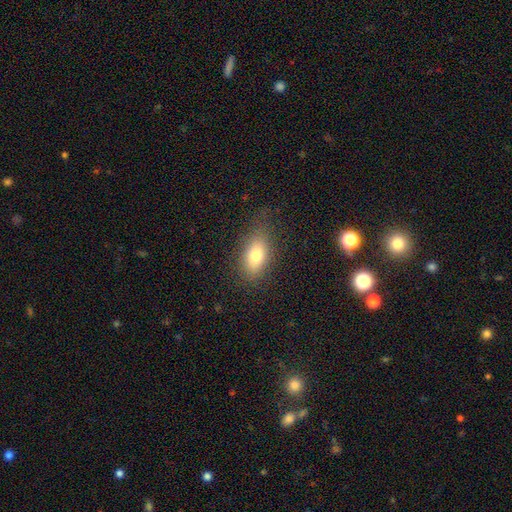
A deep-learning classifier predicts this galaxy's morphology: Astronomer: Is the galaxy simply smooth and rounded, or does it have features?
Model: smooth — 78%.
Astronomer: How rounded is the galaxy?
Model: in between — 87%.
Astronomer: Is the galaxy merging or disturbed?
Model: none — 76%.